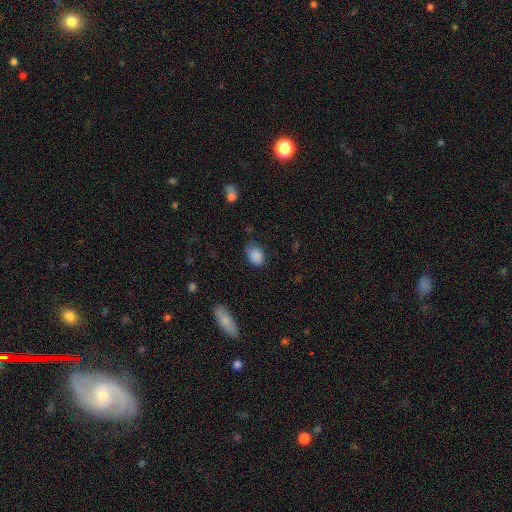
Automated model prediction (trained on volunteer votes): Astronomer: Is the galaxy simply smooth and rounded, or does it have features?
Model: smooth — 86%.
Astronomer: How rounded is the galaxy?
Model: in between — 74%.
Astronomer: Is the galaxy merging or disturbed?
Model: none — 65%.